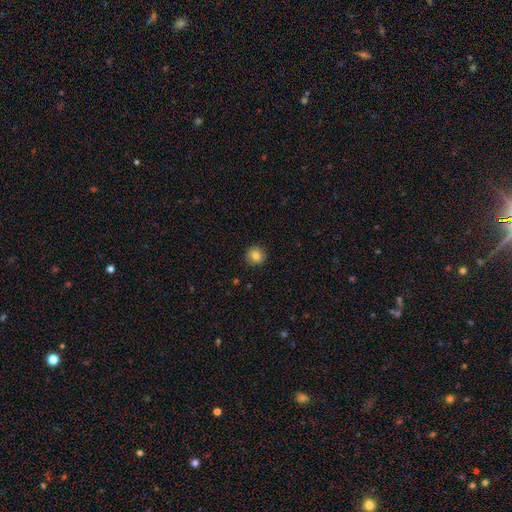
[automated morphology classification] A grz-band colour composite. It shows a smooth galaxy with no disk features (83%) that is round (93%). Merging: none (91%).